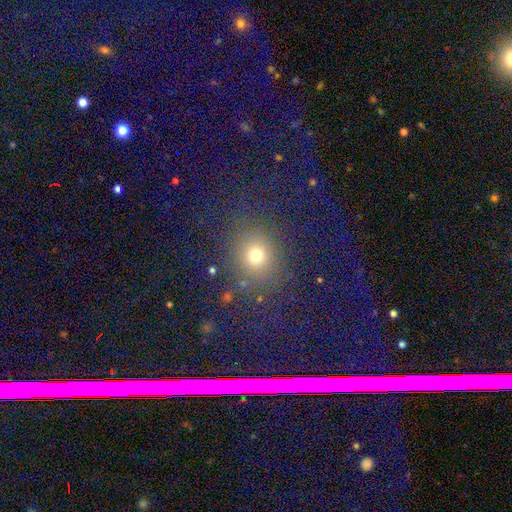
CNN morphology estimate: Smooth or featured? smooth (71%)
How rounded? round (78%)
Merging? none (78%)